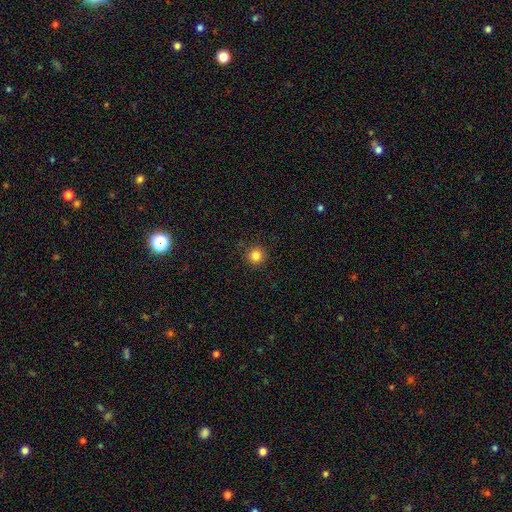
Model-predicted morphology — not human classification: Q: Smooth or featured?
A: smooth (83%); runner-up: star or artifact (12%)
Q: How rounded?
A: round (95%); runner-up: in between (4%)
Q: Merging?
A: none (90%); runner-up: minor disturbance (7%)